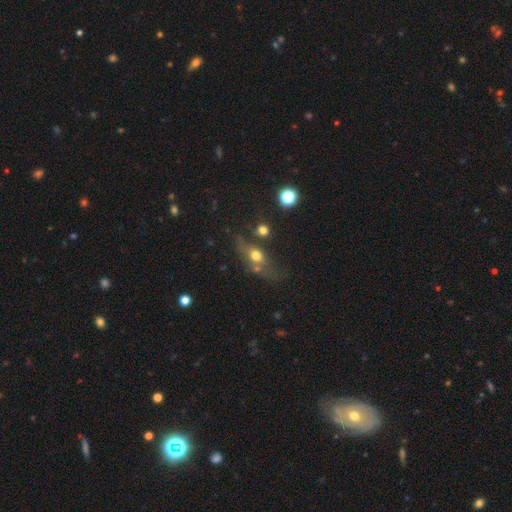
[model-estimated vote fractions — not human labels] Morphology: type=smooth (58%); roundness=in between (57%); merging=none (46%).